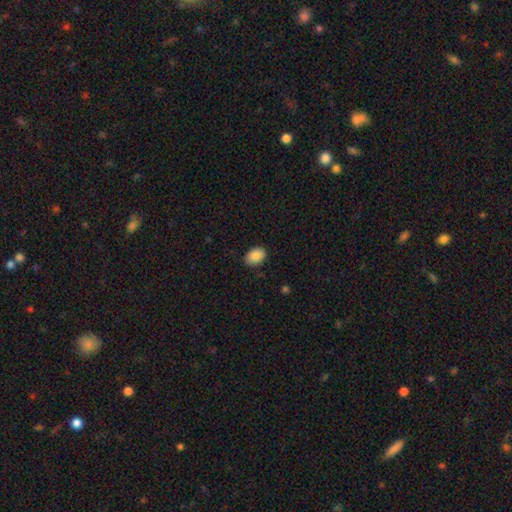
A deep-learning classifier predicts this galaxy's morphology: type=smooth (88%); roundness=in between (80%); merging=none (87%).